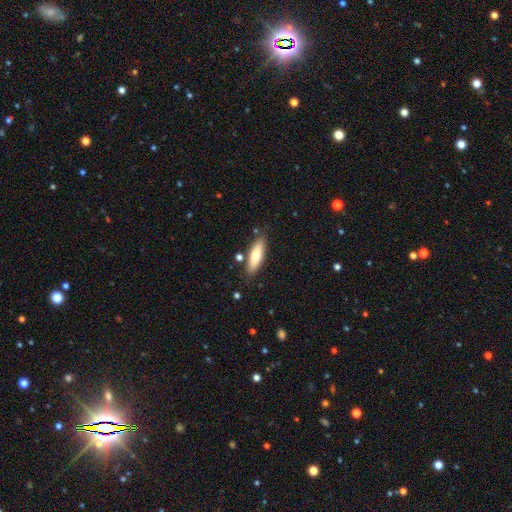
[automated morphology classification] Smooth or featured? smooth (71%)
How rounded? in between (50%)
Merging? none (82%)